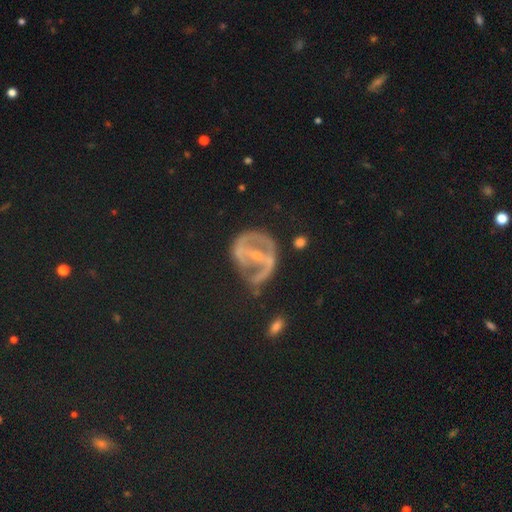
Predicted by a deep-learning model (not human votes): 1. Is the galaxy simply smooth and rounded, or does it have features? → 73% featured or disk, 14% star or artifact, 13% smooth.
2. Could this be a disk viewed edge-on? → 94% no, 6% yes.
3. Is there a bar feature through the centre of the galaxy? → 54% strong, 28% weak, 19% no.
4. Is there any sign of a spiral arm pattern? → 64% yes, 36% no.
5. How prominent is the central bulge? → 73% small, 22% moderate, 2% none, 1% large, 1% dominant.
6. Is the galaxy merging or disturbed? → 50% none, 25% minor disturbance, 21% major disturbance, 4% merger.